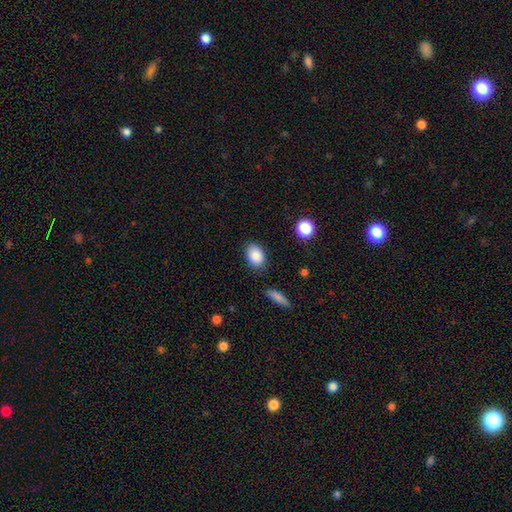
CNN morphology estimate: Q: Smooth or featured?
A: smooth (87%); runner-up: star or artifact (8%)
Q: How rounded?
A: in between (82%); runner-up: round (16%)
Q: Merging?
A: none (83%); runner-up: minor disturbance (11%)